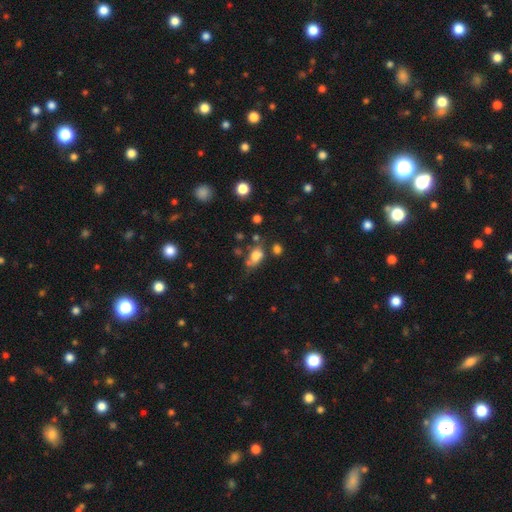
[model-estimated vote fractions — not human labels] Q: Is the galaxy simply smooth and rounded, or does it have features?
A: smooth — 73%.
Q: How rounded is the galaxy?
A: in between — 76%.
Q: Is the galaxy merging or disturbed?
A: none — 44%.